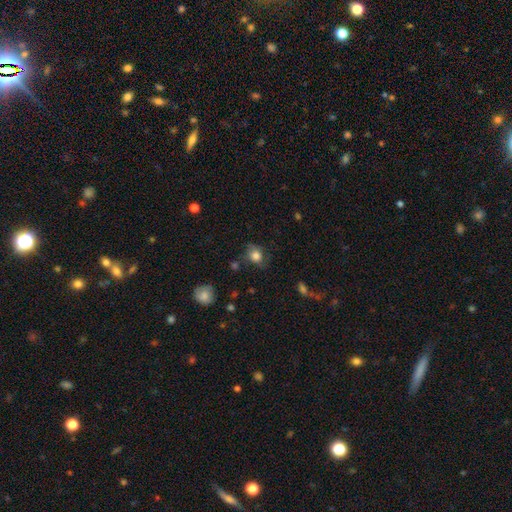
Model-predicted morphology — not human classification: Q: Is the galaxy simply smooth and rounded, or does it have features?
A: smooth — 73%.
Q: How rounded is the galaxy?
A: round — 62%.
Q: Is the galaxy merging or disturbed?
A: none — 62%.